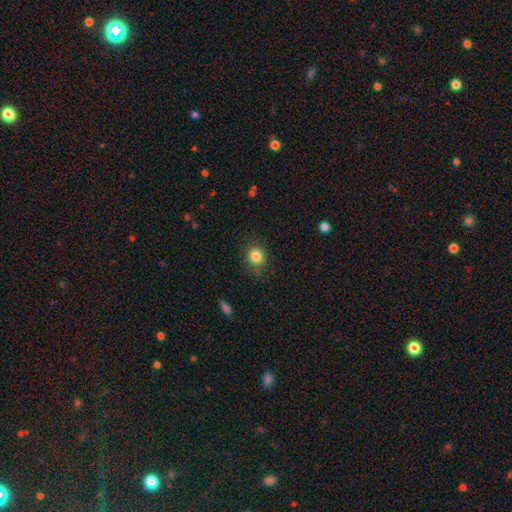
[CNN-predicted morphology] smooth_or_featured: smooth (p=0.83) [alt: star or artifact p=0.11]
how_rounded: round (p=0.73) [alt: in between p=0.26]
merging: none (p=0.82) [alt: minor disturbance p=0.14]